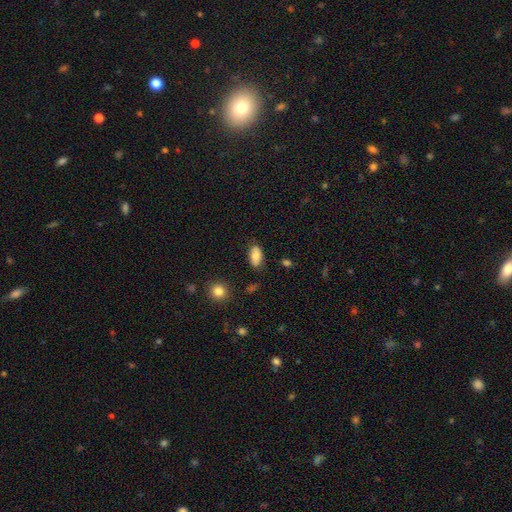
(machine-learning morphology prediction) This appears to be a smooth galaxy with no disk features (83%) that is in between round and cigar-shaped (92%). Merging: none (79%).